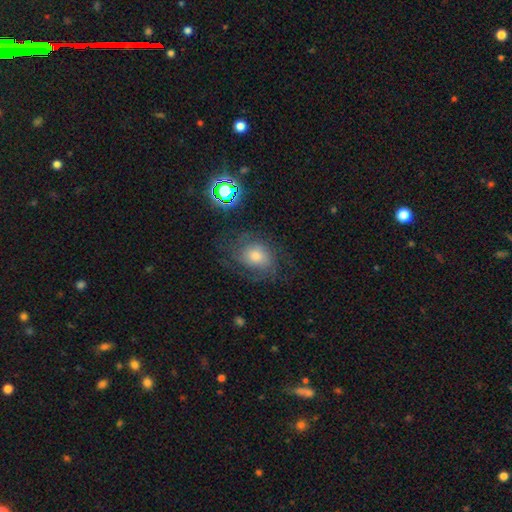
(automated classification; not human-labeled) Smooth or featured?
  - featured or disk: 48% *
  - smooth: 35%
  - star or artifact: 17%
Merging?
  - none: 62% *
  - minor disturbance: 20%
  - major disturbance: 16%
  - merger: 2%